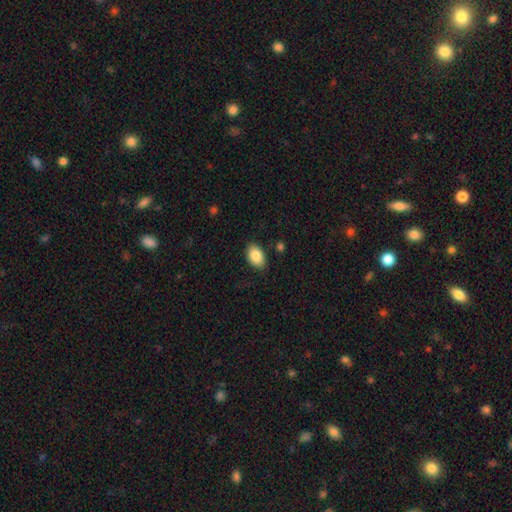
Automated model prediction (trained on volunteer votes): smooth-or-featured: smooth: 87% | star or artifact: 7% | featured or disk: 6%
  how-rounded: in between: 88% | round: 11% | cigar-shaped: 1%
  merging: none: 85% | minor disturbance: 11% | major disturbance: 3% | merger: 2%